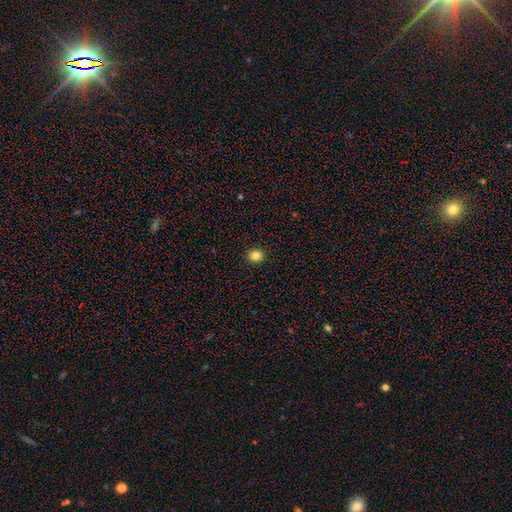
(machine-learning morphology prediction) Smooth or featured: smooth — 83% (star or artifact — 13%)
How rounded: round — 85% (in between — 14%)
Merging: none — 93% (minor disturbance — 5%)